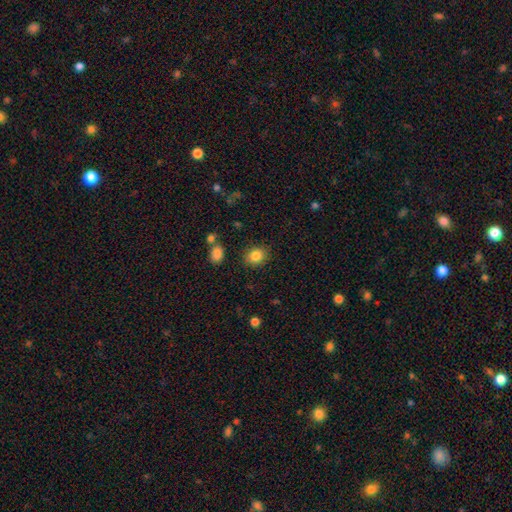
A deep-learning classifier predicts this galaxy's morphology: A smooth galaxy with no disk features (85%) that is round (65%).

Vote fractions:
- Smooth or featured? smooth: 85% / star or artifact: 9% / featured or disk: 6%
- How rounded? round: 65% / in between: 34% / cigar-shaped: 1%
- Merging? none: 87% / minor disturbance: 9% / major disturbance: 3% / merger: 2%